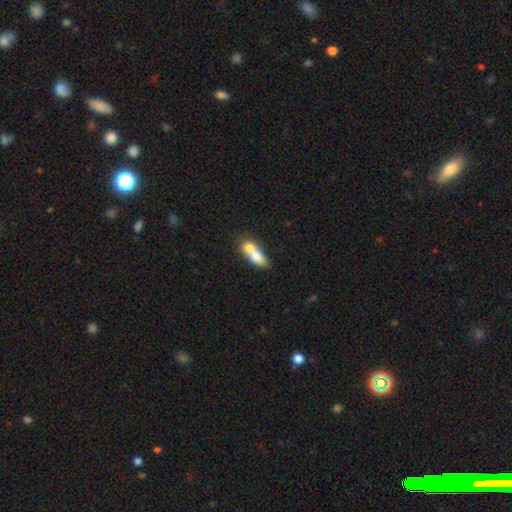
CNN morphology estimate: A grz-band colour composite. It shows a smooth galaxy with no disk features (70%) that is in between round and cigar-shaped (67%). Merging: merger (68%).